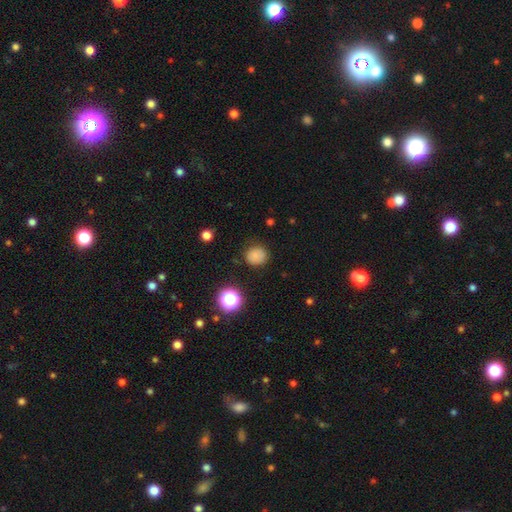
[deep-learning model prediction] A smooth galaxy with no disk features (79%) that is round (86%).

Vote fractions:
- Smooth or featured? smooth: 79% / star or artifact: 15% / featured or disk: 7%
- How rounded? round: 86% / in between: 13% / cigar-shaped: 1%
- Merging? none: 80% / minor disturbance: 14% / major disturbance: 4% / merger: 2%